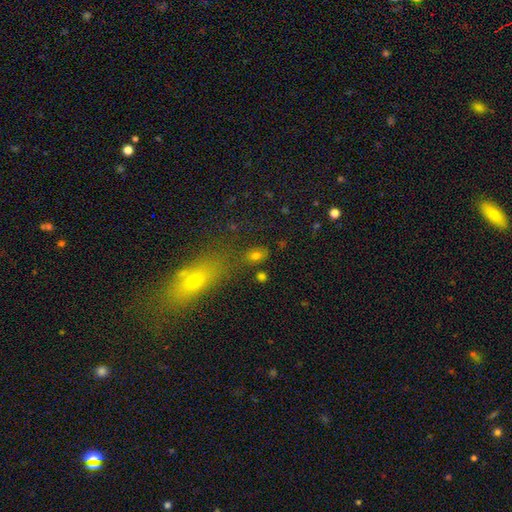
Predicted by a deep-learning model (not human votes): This appears to be a smooth galaxy with no disk features (75%) that is in between round and cigar-shaped (80%). Merging: none (69%).